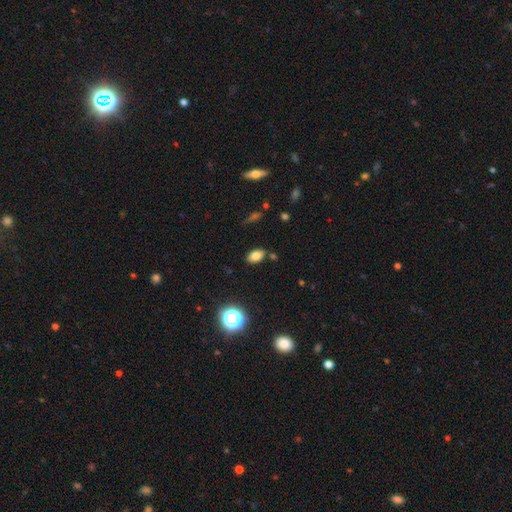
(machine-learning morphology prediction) smooth_or_featured: smooth (p=0.79) [alt: star or artifact p=0.13]
how_rounded: in between (p=0.88) [alt: round p=0.10]
merging: none (p=0.82) [alt: minor disturbance p=0.12]